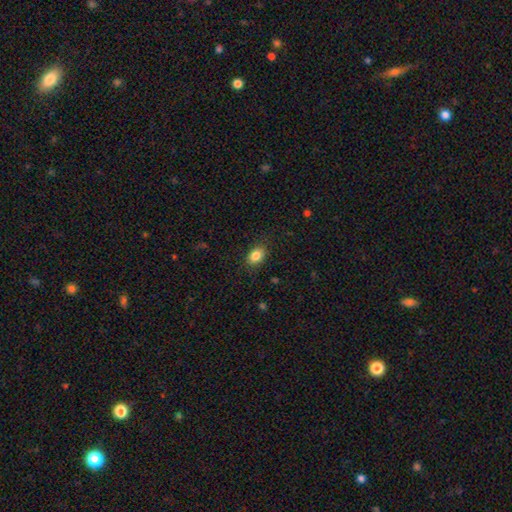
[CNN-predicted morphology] smooth_or_featured: smooth (p=0.86) [alt: star or artifact p=0.09]
how_rounded: in between (p=0.75) [alt: round p=0.24]
merging: none (p=0.85) [alt: minor disturbance p=0.11]